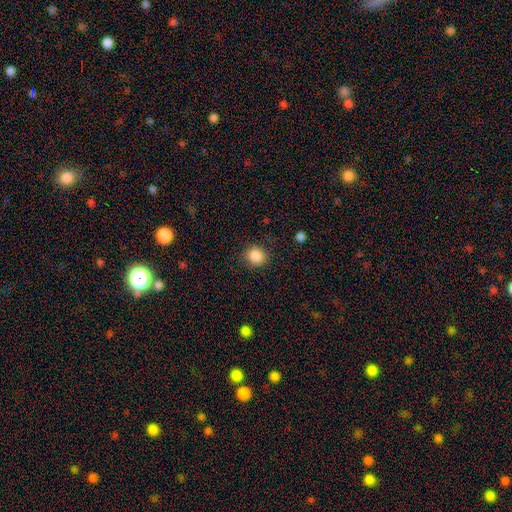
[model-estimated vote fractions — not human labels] Q: Smooth or featured?
A: smooth (86%); runner-up: star or artifact (10%)
Q: How rounded?
A: round (85%); runner-up: in between (14%)
Q: Merging?
A: none (87%); runner-up: minor disturbance (9%)